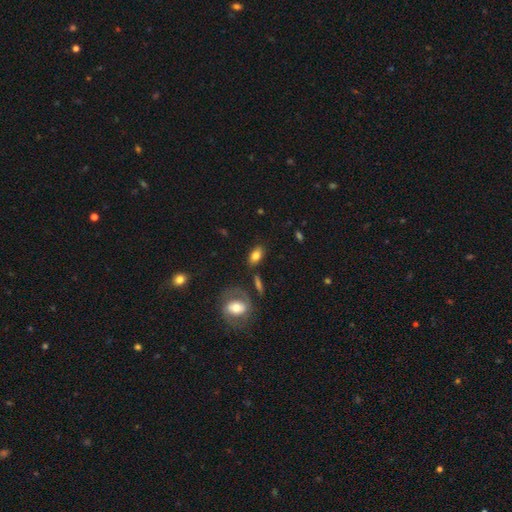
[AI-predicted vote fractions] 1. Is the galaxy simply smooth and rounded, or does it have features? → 78% smooth, 14% featured or disk, 8% star or artifact.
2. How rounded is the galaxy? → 88% in between, 8% round, 4% cigar-shaped.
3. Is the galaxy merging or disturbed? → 78% none, 12% minor disturbance, 5% merger, 4% major disturbance.